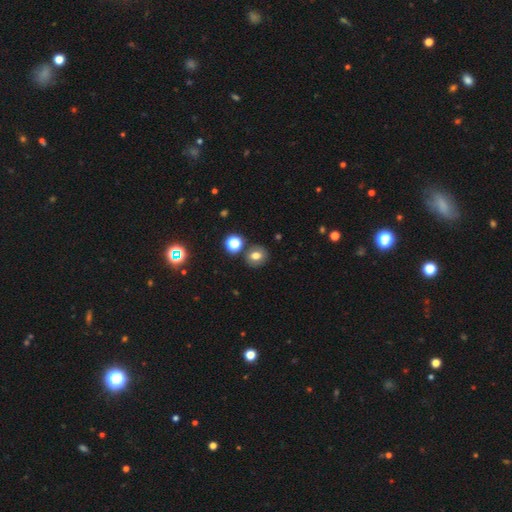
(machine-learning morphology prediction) smooth_or_featured: smooth (p=0.68) [alt: featured or disk p=0.17]
how_rounded: round (p=0.71) [alt: in between p=0.28]
merging: none (p=0.80) [alt: minor disturbance p=0.10]